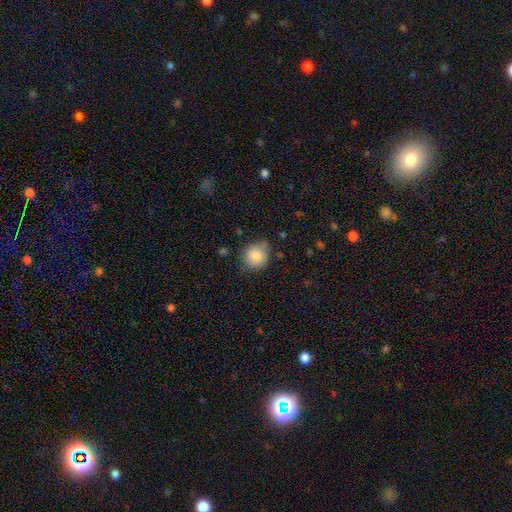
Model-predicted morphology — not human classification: A smooth galaxy with no disk features (84%) that is round (76%).

Vote fractions:
- Smooth or featured? smooth: 84% / featured or disk: 8% / star or artifact: 8%
- How rounded? round: 76% / in between: 23% / cigar-shaped: 1%
- Merging? none: 67% / minor disturbance: 26% / major disturbance: 5% / merger: 2%